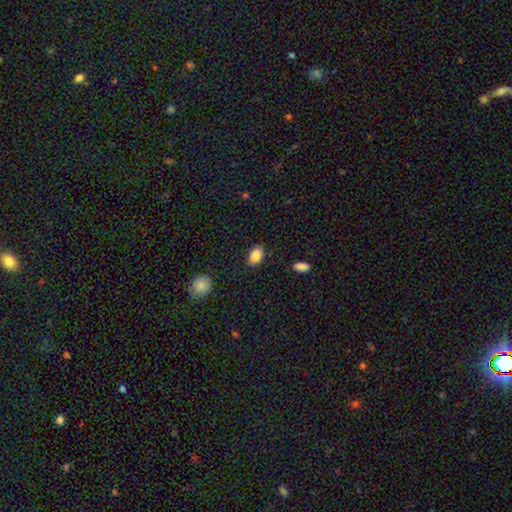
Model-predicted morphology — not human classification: This appears to be a smooth galaxy with no disk features (88%) that is in between round and cigar-shaped (89%). Merging: none (85%).